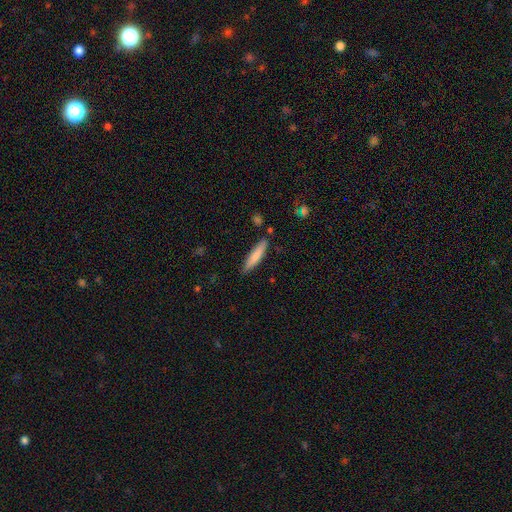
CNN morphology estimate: type=smooth (78%); roundness=cigar-shaped (86%); merging=none (85%).